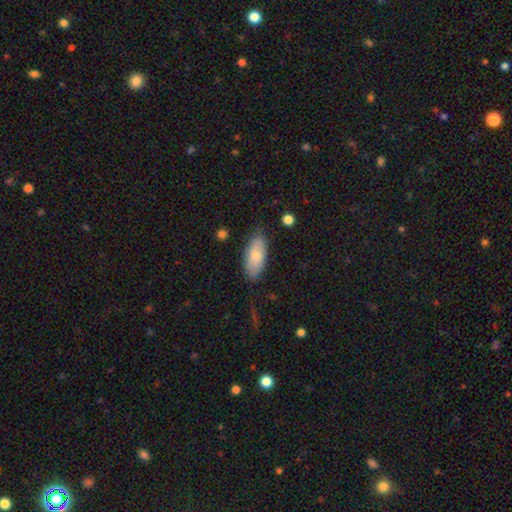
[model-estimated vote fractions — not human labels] A smooth galaxy with no disk features (75%) that is in between round and cigar-shaped (88%).

Vote fractions:
- Smooth or featured? smooth: 75% / featured or disk: 19% / star or artifact: 6%
- How rounded? in between: 88% / cigar-shaped: 10% / round: 2%
- Merging? none: 78% / minor disturbance: 17% / major disturbance: 3% / merger: 2%